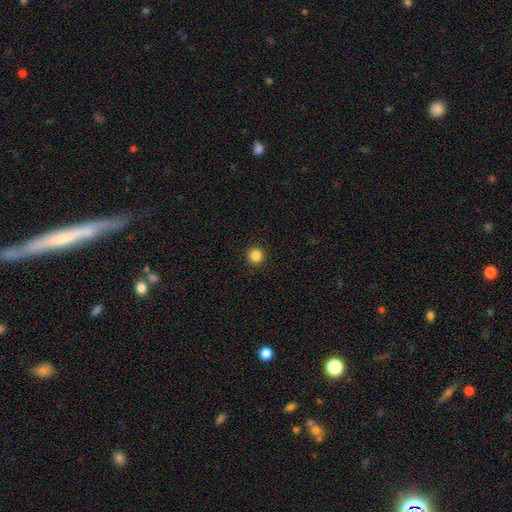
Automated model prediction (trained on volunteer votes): smooth 86%, star or artifact 11%, featured or disk 4%. Down the decision tree: how rounded — round (95%); merging — none (93%).